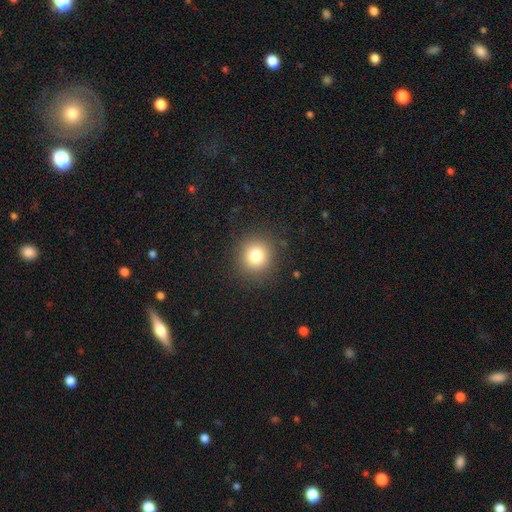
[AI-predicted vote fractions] Smooth or featured? Predicted: smooth (p=0.79). How rounded? Predicted: round (p=0.91). Merging? Predicted: none (p=0.89).